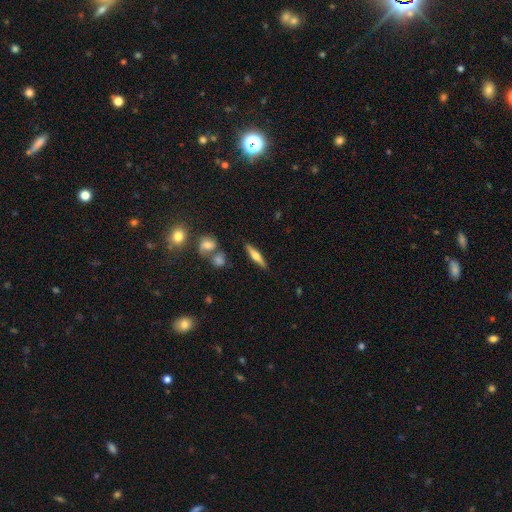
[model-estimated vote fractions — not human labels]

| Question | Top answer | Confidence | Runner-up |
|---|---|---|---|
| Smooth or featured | featured or disk | 55% | smooth (38%) |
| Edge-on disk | yes | 94% | no (6%) |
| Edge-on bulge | rounded | 89% | boxy (6%) |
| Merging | none | 84% | minor disturbance (9%) |